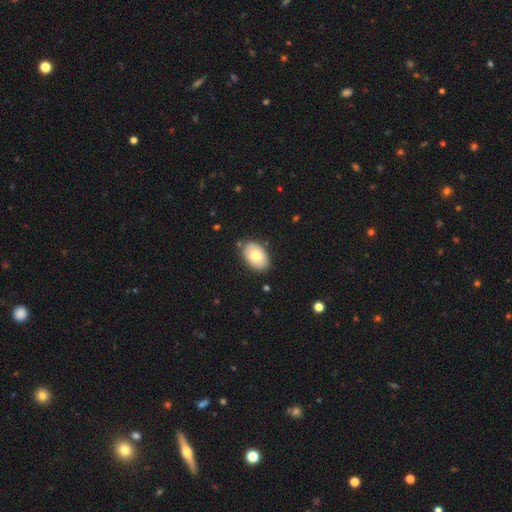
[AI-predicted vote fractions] smooth-or-featured: smooth: 73% | featured or disk: 20% | star or artifact: 7%
  how-rounded: in between: 89% | round: 10% | cigar-shaped: 1%
  merging: none: 84% | minor disturbance: 12% | major disturbance: 2% | merger: 2%